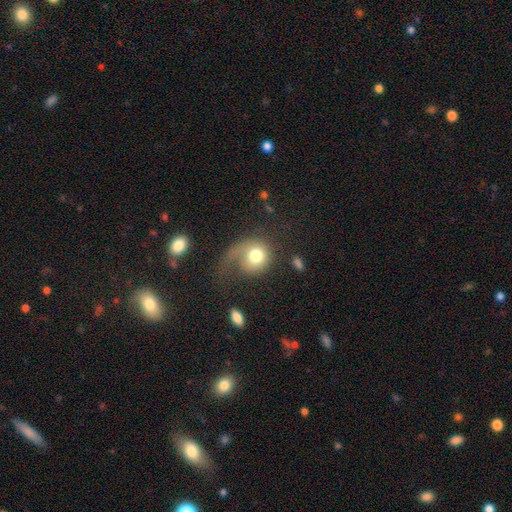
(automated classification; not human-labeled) Smooth or featured? Predicted: smooth (p=0.61). How rounded? Predicted: round (p=0.77). Merging? Predicted: major disturbance (p=0.48).